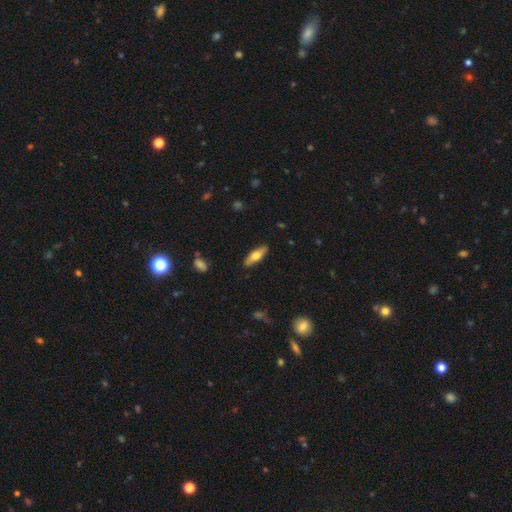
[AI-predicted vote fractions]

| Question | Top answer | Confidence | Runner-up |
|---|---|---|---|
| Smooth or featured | smooth | 63% | featured or disk (31%) |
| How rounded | in between | 52% | cigar-shaped (46%) |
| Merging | none | 86% | minor disturbance (11%) |